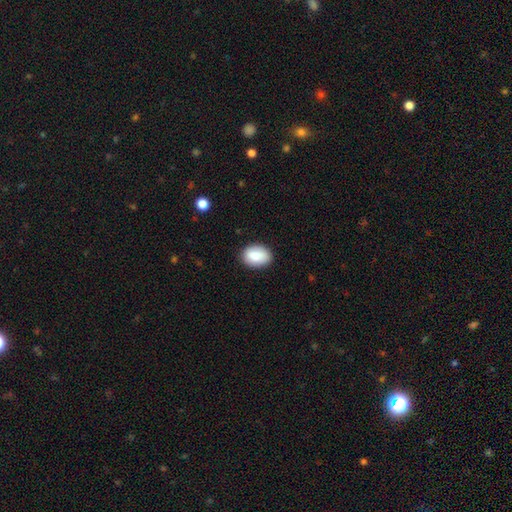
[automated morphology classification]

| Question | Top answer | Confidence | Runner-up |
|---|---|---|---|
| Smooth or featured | smooth | 84% | featured or disk (9%) |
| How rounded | in between | 77% | round (22%) |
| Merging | none | 85% | minor disturbance (11%) |